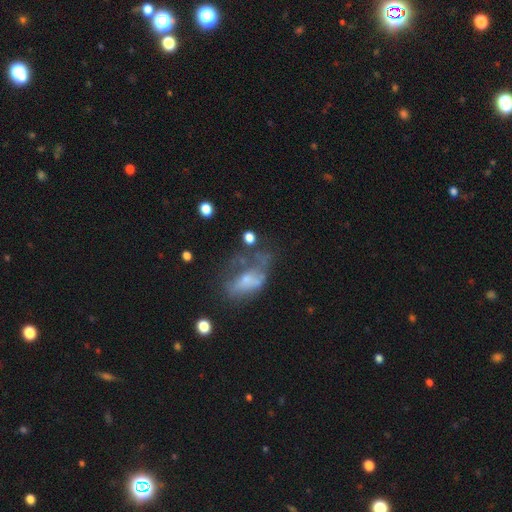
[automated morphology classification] Smooth or featured? Predicted: featured or disk (p=0.48). Merging? Predicted: none (p=0.41).